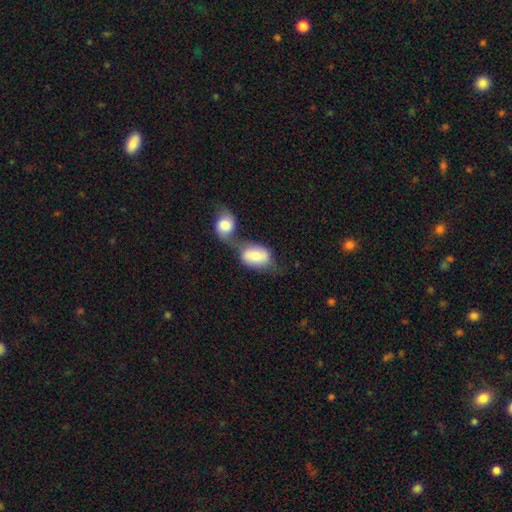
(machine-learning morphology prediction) smooth 72%, featured or disk 22%, star or artifact 6%. Down the decision tree: how rounded — in between (82%); merging — merger (62%).